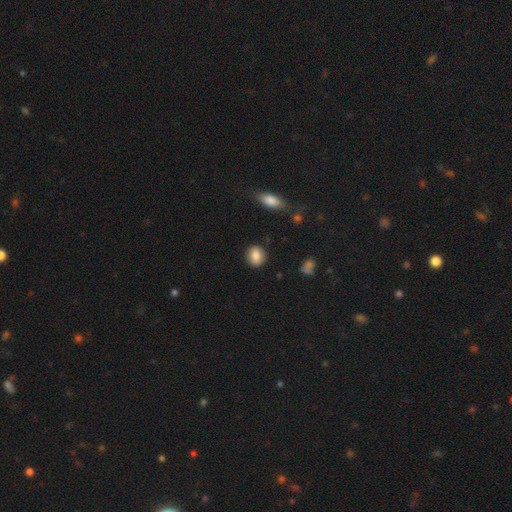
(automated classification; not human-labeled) smooth_or_featured: smooth (p=0.85) [alt: star or artifact p=0.08]
how_rounded: round (p=0.64) [alt: in between p=0.34]
merging: none (p=0.88) [alt: minor disturbance p=0.08]